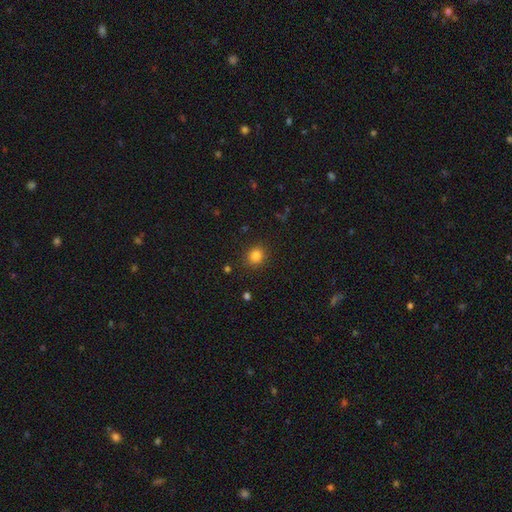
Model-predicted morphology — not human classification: smooth 83%, star or artifact 12%, featured or disk 5%. Down the decision tree: how rounded — round (80%); merging — none (89%).